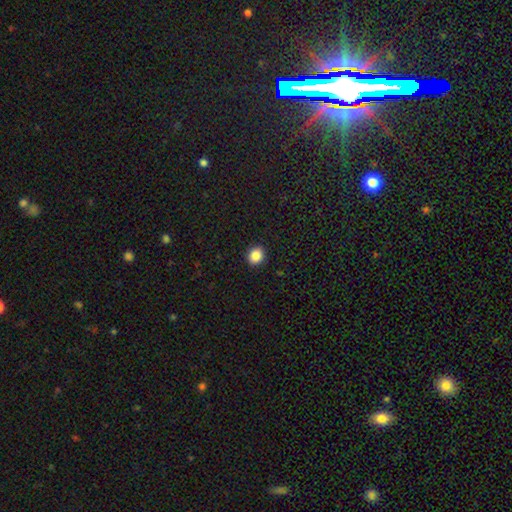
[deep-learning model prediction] smooth 87%, star or artifact 10%, featured or disk 4%. Down the decision tree: how rounded — round (70%); merging — none (92%).